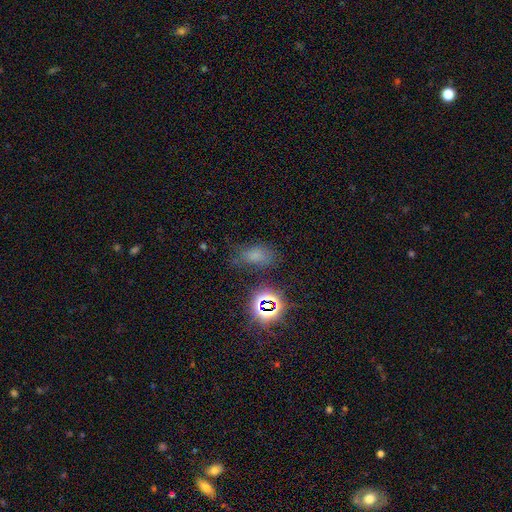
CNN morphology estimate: Overall: smooth (55%; star or artifact 33%). How rounded: in between (85%). Merging: none (59%; minor disturbance 25%).